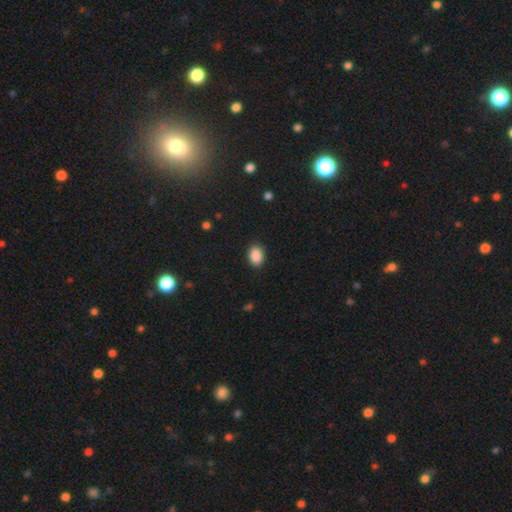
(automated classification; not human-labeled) smooth 89%, star or artifact 8%, featured or disk 3%. Down the decision tree: how rounded — in between (80%); merging — none (88%).